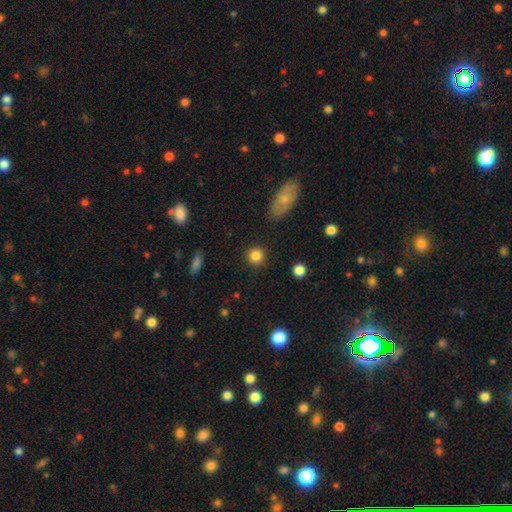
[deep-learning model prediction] smooth 85%, star or artifact 10%, featured or disk 5%. Down the decision tree: how rounded — round (92%); merging — none (89%).